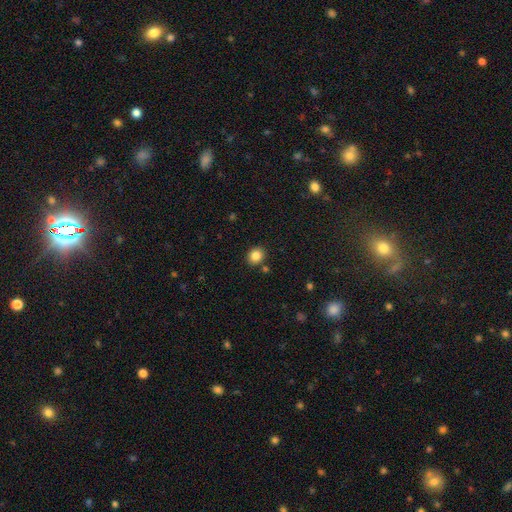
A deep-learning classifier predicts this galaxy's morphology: A smooth galaxy with no disk features (85%) that is round (75%).

Vote fractions:
- Smooth or featured? smooth: 85% / star or artifact: 11% / featured or disk: 4%
- How rounded? round: 75% / in between: 24% / cigar-shaped: 1%
- Merging? none: 86% / minor disturbance: 8% / merger: 5% / major disturbance: 2%